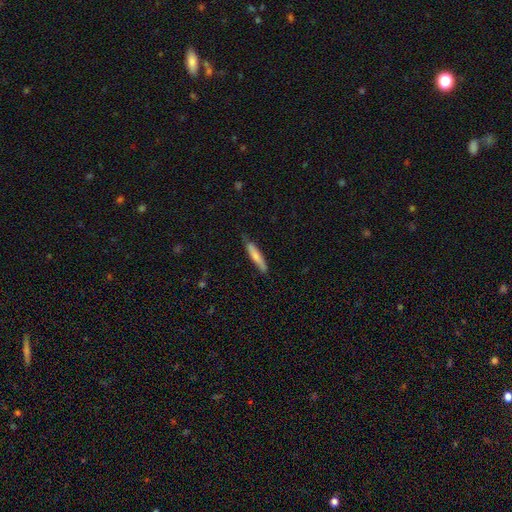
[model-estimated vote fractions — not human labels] Smooth or featured: smooth — 73% (featured or disk — 21%)
How rounded: cigar-shaped — 89% (in between — 10%)
Merging: none — 76% (minor disturbance — 20%)